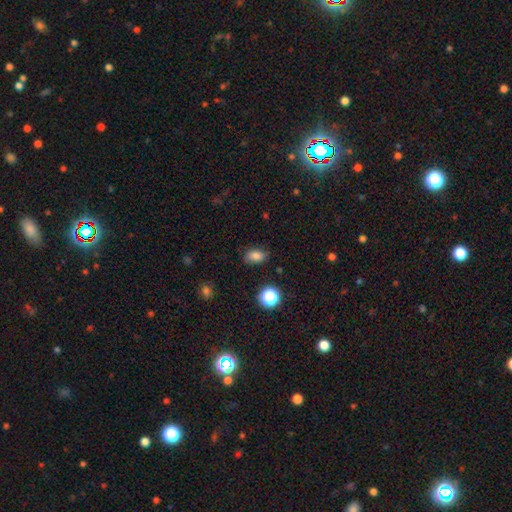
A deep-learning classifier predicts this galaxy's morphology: This appears to be a smooth galaxy with no disk features (80%) that is in between round and cigar-shaped (83%). Merging: none (79%).